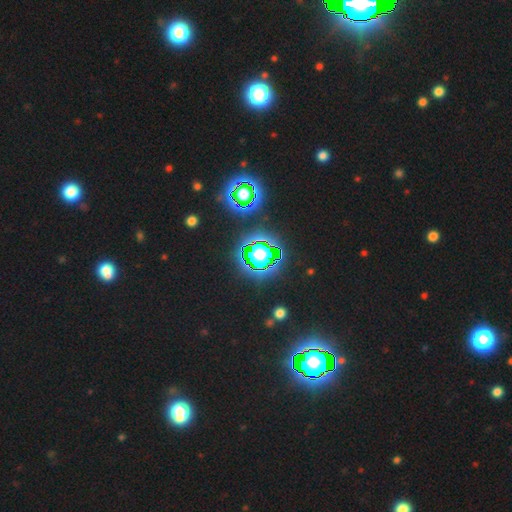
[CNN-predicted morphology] Smooth or featured? star or artifact (81%)